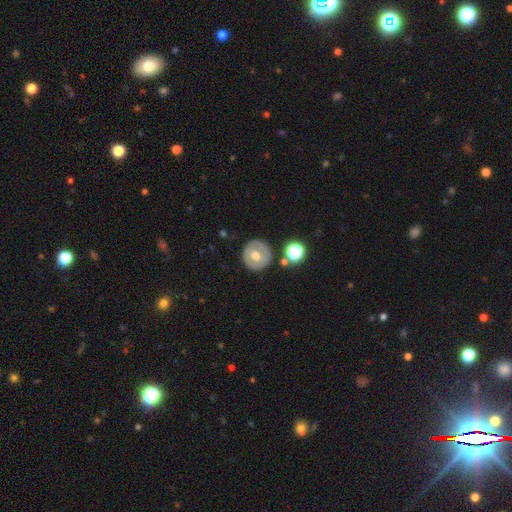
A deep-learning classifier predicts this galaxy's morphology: Smooth or featured? Predicted: smooth (p=0.49). Merging? Predicted: none (p=0.82).